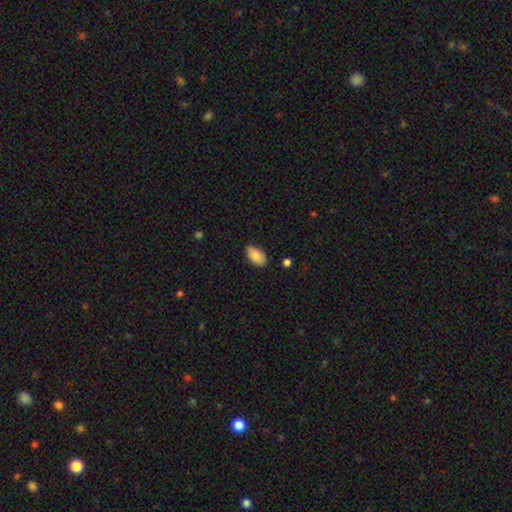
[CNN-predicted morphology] Smooth or featured? smooth (88%)
How rounded? in between (94%)
Merging? none (83%)